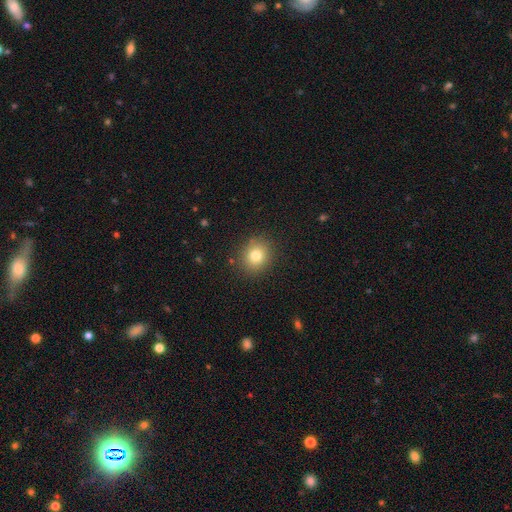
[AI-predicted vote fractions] smooth 79%, star or artifact 12%, featured or disk 9%. Down the decision tree: how rounded — round (75%); merging — none (88%).